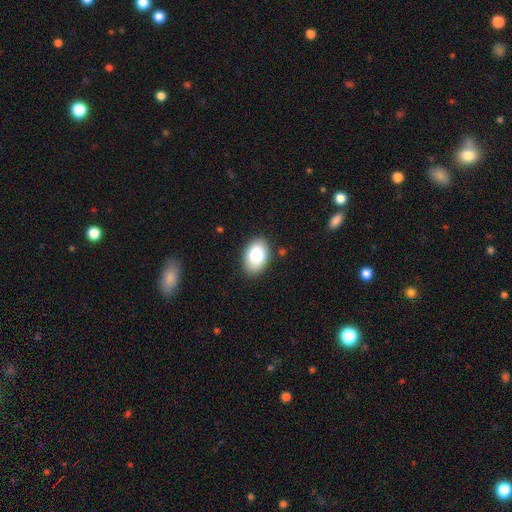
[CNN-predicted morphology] Smooth or featured? Predicted: smooth (p=0.84). How rounded? Predicted: in between (p=0.89). Merging? Predicted: none (p=0.86).